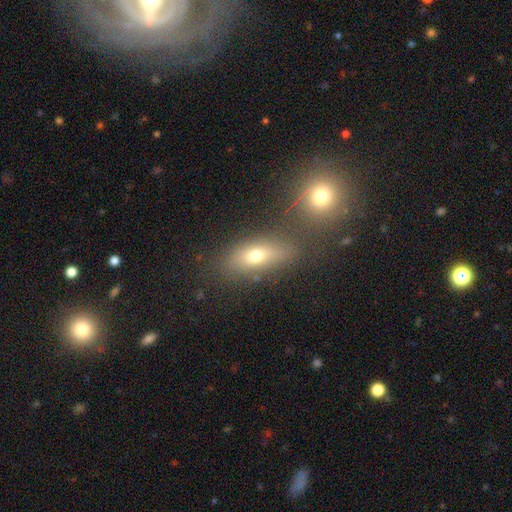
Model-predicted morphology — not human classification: A smooth galaxy with no disk features (67%) that is in between round and cigar-shaped (72%).

Vote fractions:
- Smooth or featured? smooth: 67% / featured or disk: 19% / star or artifact: 14%
- How rounded? in between: 72% / cigar-shaped: 15% / round: 13%
- Merging? none: 65% / merger: 18% / minor disturbance: 12% / major disturbance: 5%